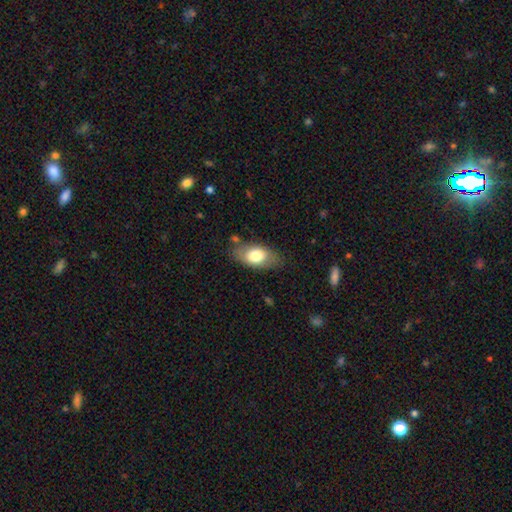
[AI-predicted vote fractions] A smooth galaxy with no disk features (74%) that is in between round and cigar-shaped (91%). Merging: none (75%).